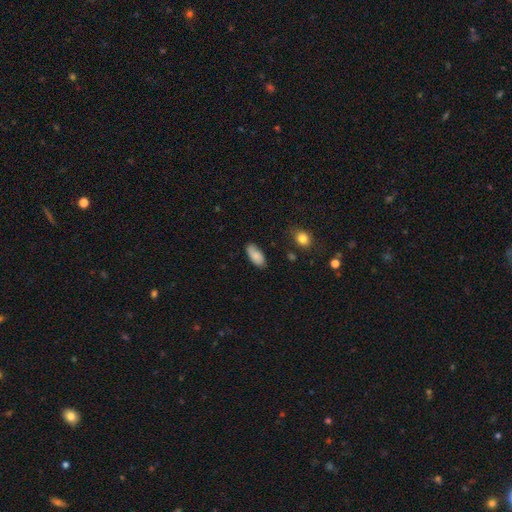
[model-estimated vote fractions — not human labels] Smooth or featured?
  - smooth: 81% *
  - featured or disk: 12%
  - star or artifact: 7%
How rounded?
  - in between: 91% *
  - cigar-shaped: 7%
  - round: 2%
Merging?
  - none: 78% *
  - minor disturbance: 17%
  - major disturbance: 3%
  - merger: 2%